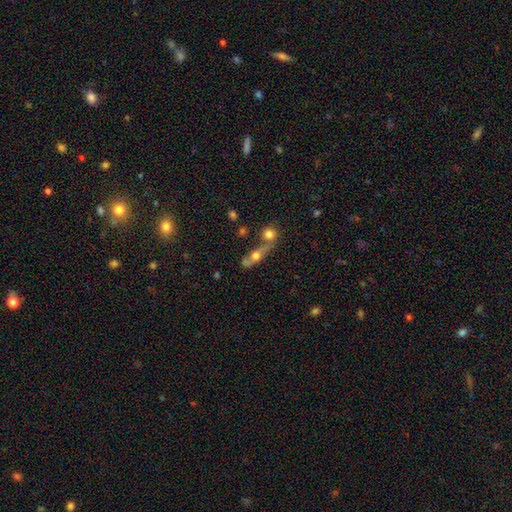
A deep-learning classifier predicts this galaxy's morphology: A smooth galaxy with no disk features (51%) that is in between round and cigar-shaped (43%). Merging: none (41%).